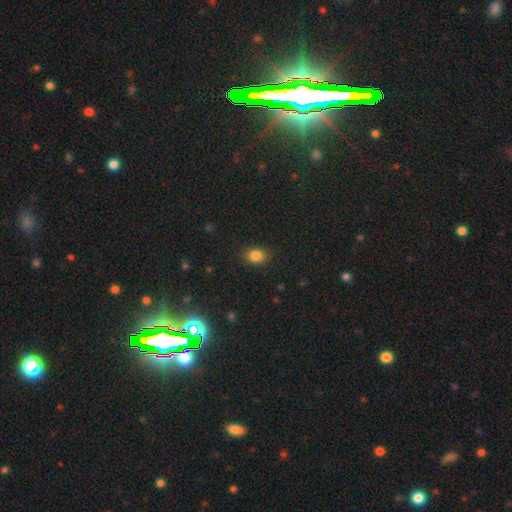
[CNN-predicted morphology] smooth-or-featured: smooth: 84% | star or artifact: 11% | featured or disk: 5%
  how-rounded: in between: 57% | round: 42% | cigar-shaped: 1%
  merging: none: 86% | minor disturbance: 10% | major disturbance: 3% | merger: 1%